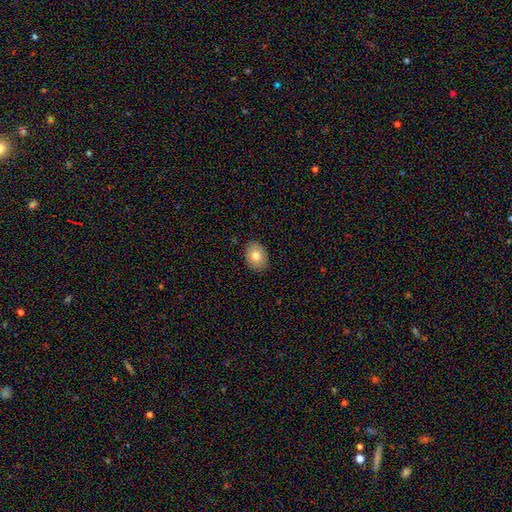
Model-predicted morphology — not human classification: This appears to be a smooth galaxy with no disk features (79%) that is in between round and cigar-shaped (59%). Merging: none (88%).